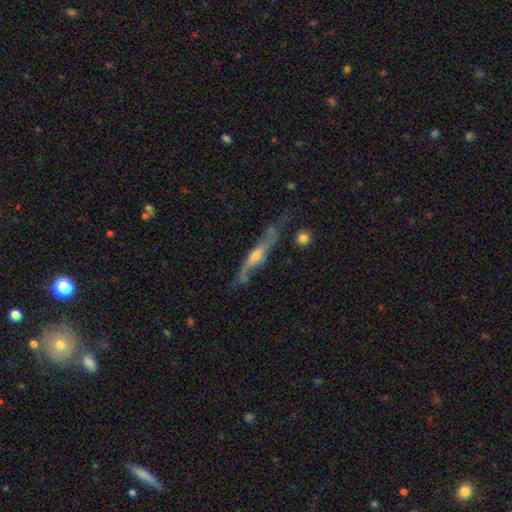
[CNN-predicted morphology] This appears to be a featured or disk galaxy (73%) viewed edge-on (64%). Merging: none (49%).